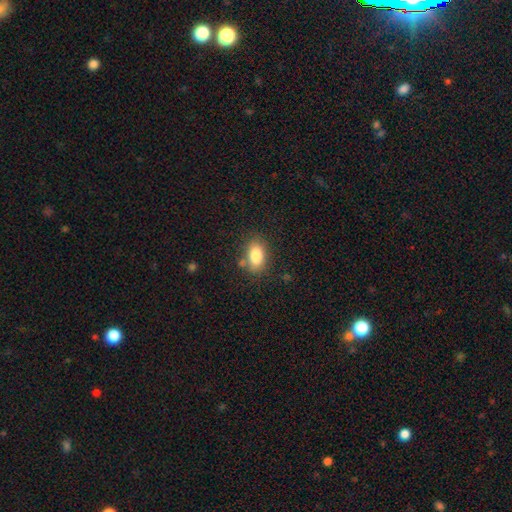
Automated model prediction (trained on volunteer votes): This is clearly a smooth galaxy (83%). How rounded: clearly in between (86%). Merging: likely none (76%).